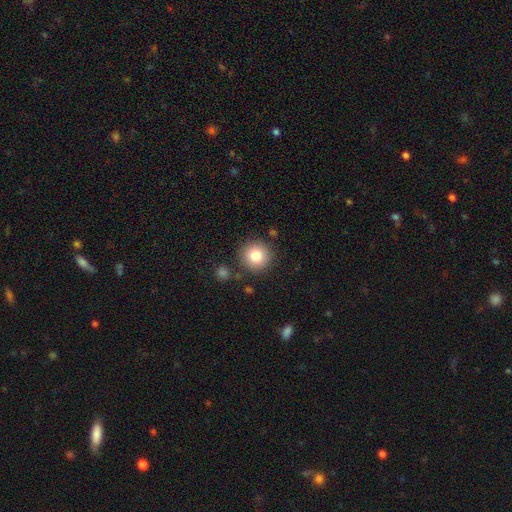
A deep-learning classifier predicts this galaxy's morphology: Smooth or featured: smooth — 82% (star or artifact — 10%)
How rounded: round — 94% (in between — 5%)
Merging: none — 86% (minor disturbance — 8%)